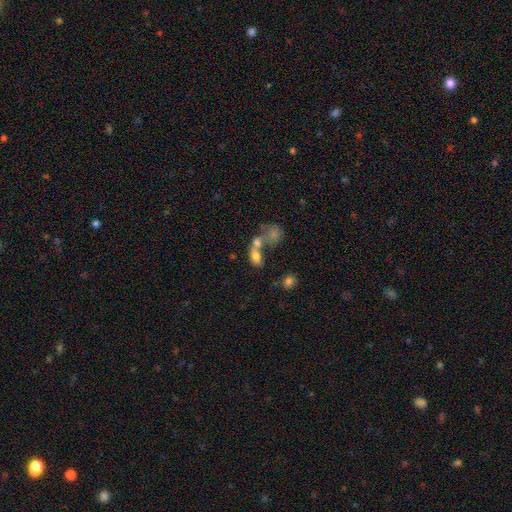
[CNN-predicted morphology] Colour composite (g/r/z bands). It shows a smooth galaxy with no disk features (69%) that is in between round and cigar-shaped (80%). Merging: merger (60%).